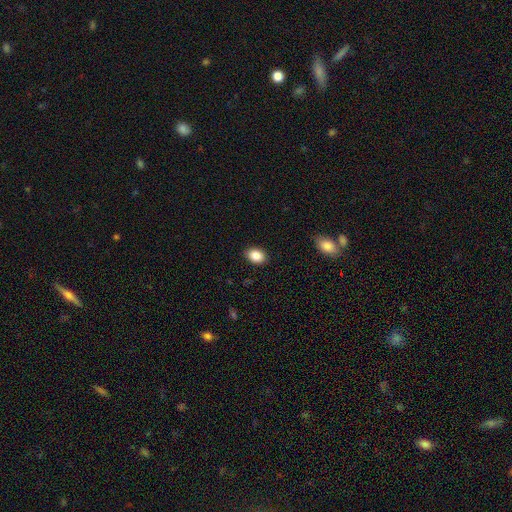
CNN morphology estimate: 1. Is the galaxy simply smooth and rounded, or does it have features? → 88% smooth, 8% star or artifact, 4% featured or disk.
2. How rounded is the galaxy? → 76% in between, 23% round, 1% cigar-shaped.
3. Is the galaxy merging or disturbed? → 88% none, 9% minor disturbance, 2% major disturbance, 1% merger.